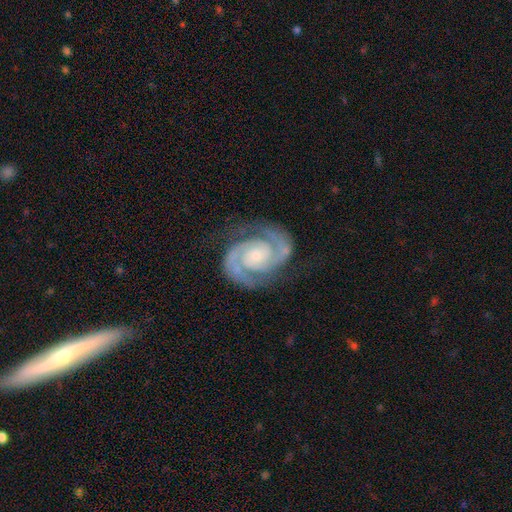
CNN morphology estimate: Overall: featured or disk (94%). Edge-on disk: no (98%). Bar: no (67%). Spiral arms: yes (99%). Spiral arm count: 2 (94%). Spiral winding: tight (60%; medium 36%). Bulge size: small (61%; moderate 31%). Merging: none (82%).